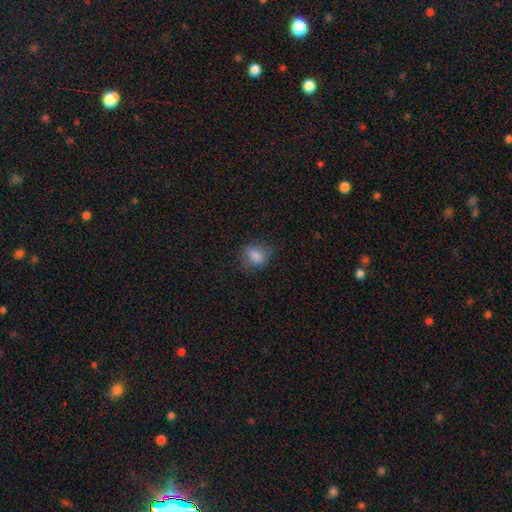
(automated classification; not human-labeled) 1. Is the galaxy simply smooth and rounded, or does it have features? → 80% smooth, 10% star or artifact, 10% featured or disk.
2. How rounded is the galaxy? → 51% round, 48% in between, 1% cigar-shaped.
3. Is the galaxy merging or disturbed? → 70% none, 20% minor disturbance, 8% major disturbance, 1% merger.